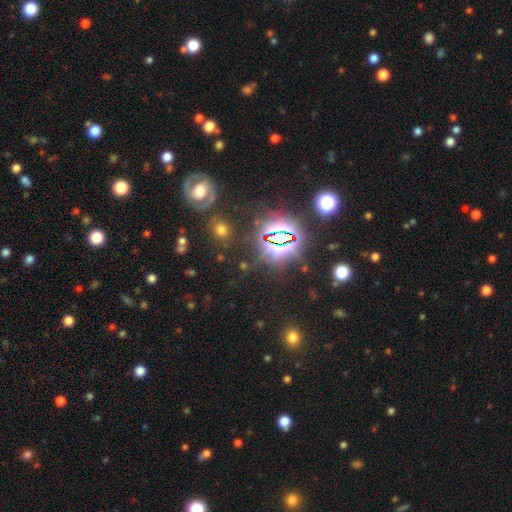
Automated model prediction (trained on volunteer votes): This is likely a star or artifact rather than a galaxy (71%).